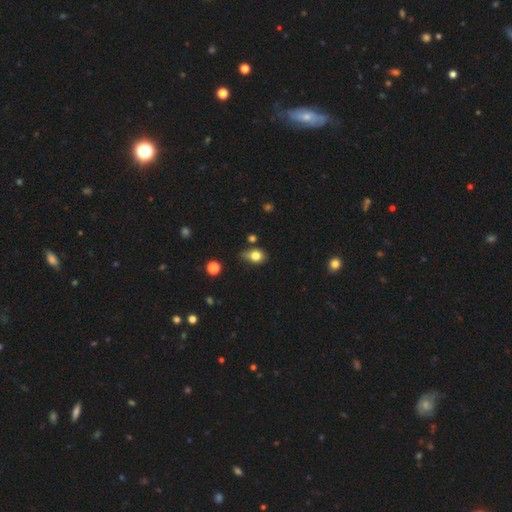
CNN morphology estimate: smooth-or-featured: smooth: 78% | star or artifact: 11% | featured or disk: 11%
  how-rounded: in between: 58% | round: 40% | cigar-shaped: 2%
  merging: none: 51% | minor disturbance: 34% | major disturbance: 9% | merger: 6%